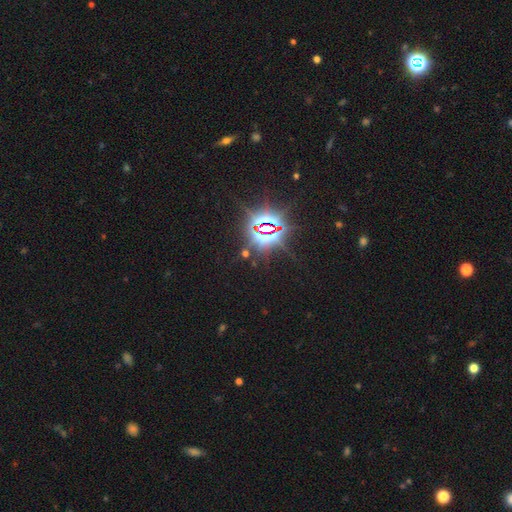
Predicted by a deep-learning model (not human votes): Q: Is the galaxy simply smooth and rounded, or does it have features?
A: star or artifact — 85%.